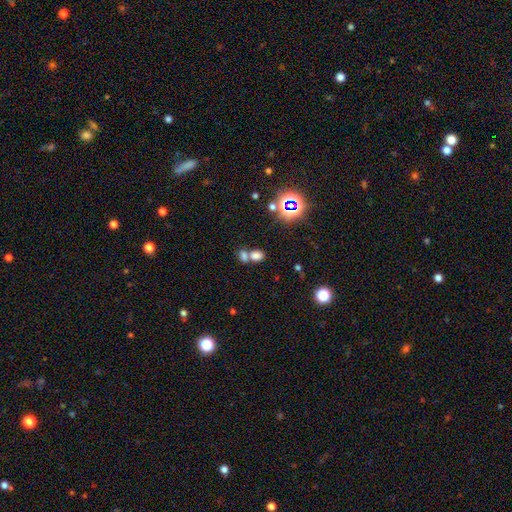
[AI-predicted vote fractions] Smooth or featured?
  - smooth: 70% *
  - star or artifact: 20%
  - featured or disk: 10%
How rounded?
  - in between: 70% *
  - round: 28%
  - cigar-shaped: 2%
Merging?
  - merger: 54% *
  - none: 36%
  - minor disturbance: 7%
  - major disturbance: 4%